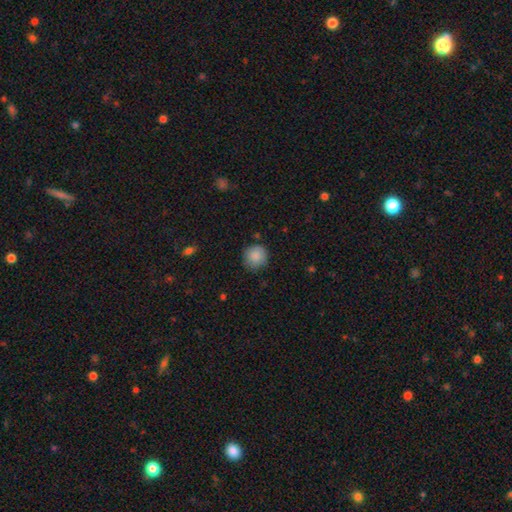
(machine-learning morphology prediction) Smooth or featured: smooth — 87% (star or artifact — 8%)
How rounded: round — 91% (in between — 8%)
Merging: none — 81% (minor disturbance — 15%)